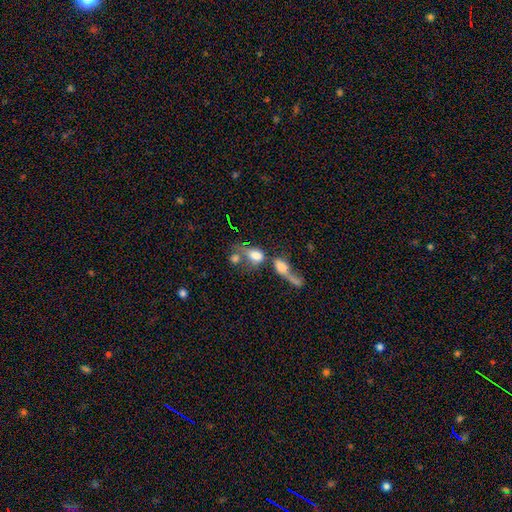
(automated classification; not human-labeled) This appears to be a smooth galaxy with no disk features (68%) that is in between round and cigar-shaped (77%). Merging: merger (60%).